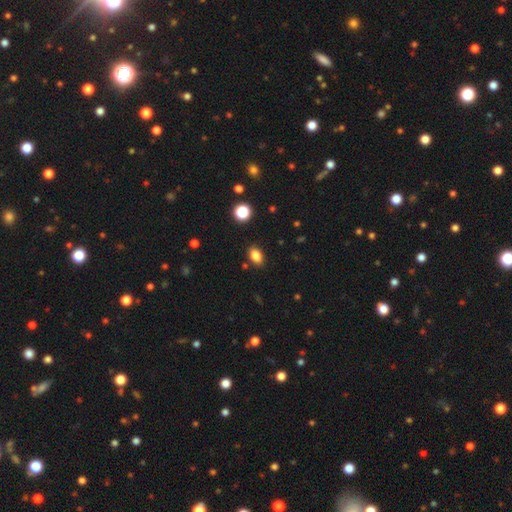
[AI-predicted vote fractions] Smooth or featured? Predicted: smooth (p=0.84). How rounded? Predicted: in between (p=0.83). Merging? Predicted: none (p=0.86).